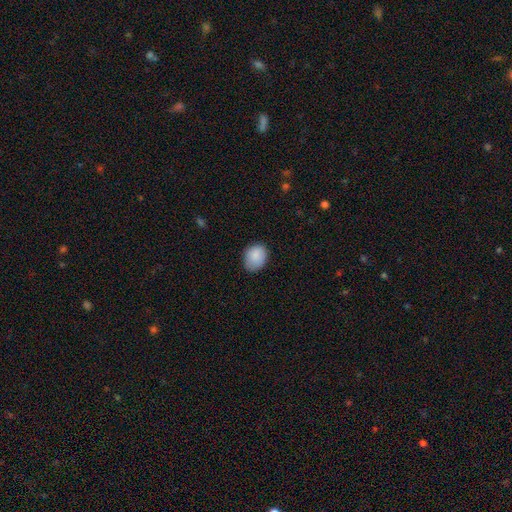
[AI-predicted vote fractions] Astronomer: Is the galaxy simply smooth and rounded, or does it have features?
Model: smooth — 88%.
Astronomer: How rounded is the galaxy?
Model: in between — 55% (runner-up: round, 44%).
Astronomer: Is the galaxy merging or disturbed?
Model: none — 74%.